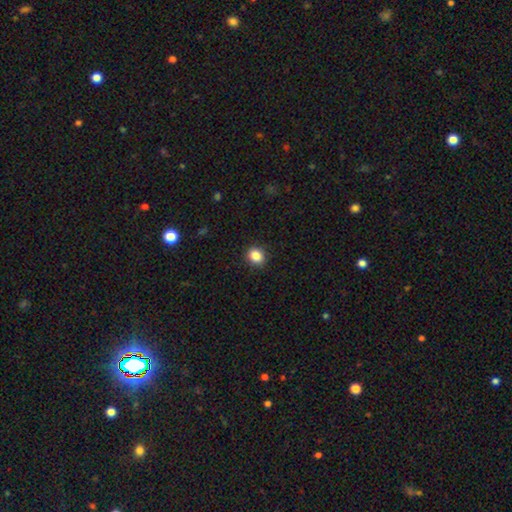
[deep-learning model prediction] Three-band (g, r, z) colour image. It shows a smooth galaxy with no disk features (85%) that is round (72%). Merging: none (91%).